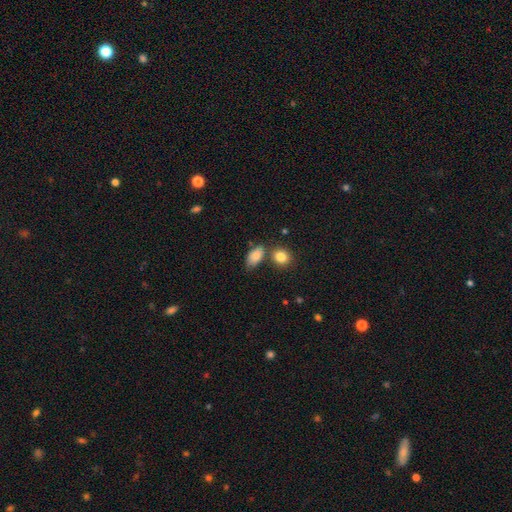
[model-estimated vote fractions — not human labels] smooth-or-featured: smooth: 82% | featured or disk: 10% | star or artifact: 8%
  how-rounded: in between: 88% | round: 8% | cigar-shaped: 4%
  merging: none: 61% | merger: 17% | minor disturbance: 17% | major disturbance: 5%